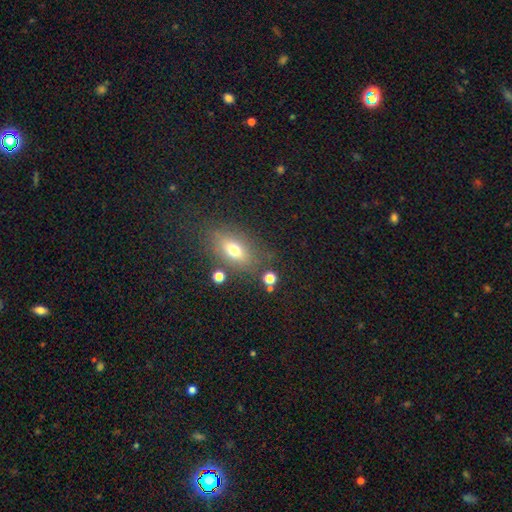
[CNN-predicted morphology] This is likely a smooth galaxy (61%). How rounded: likely in between (75%). Merging: likely none (76%).